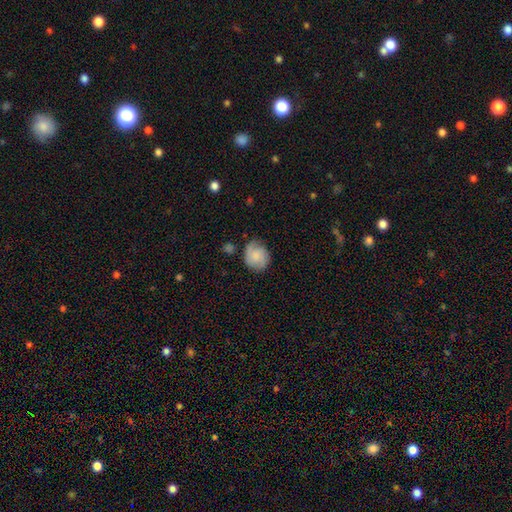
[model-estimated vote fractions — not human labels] A smooth galaxy with no disk features (59%) that is round (70%).

Vote fractions:
- Smooth or featured? smooth: 59% / featured or disk: 33% / star or artifact: 8%
- How rounded? round: 70% / in between: 29% / cigar-shaped: 1%
- Merging? none: 69% / minor disturbance: 22% / major disturbance: 6% / merger: 3%